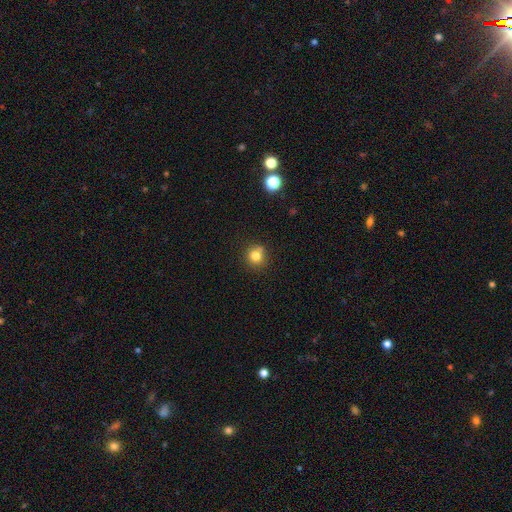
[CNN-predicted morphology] This is likely a smooth galaxy (79%). How rounded: clearly round (89%). Merging: likely none (75%).